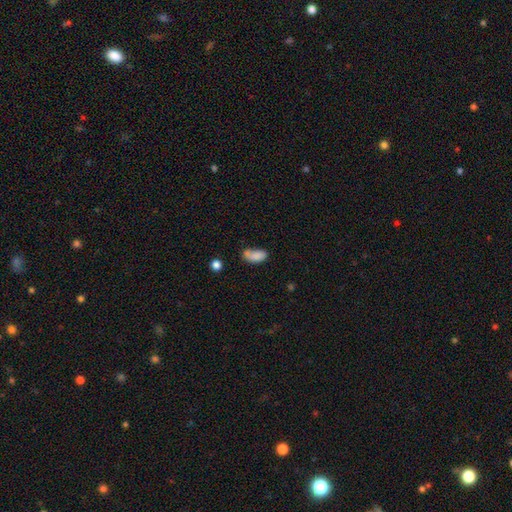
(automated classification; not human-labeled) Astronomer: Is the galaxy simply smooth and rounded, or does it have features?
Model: smooth — 80%.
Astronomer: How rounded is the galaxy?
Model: in between — 91%.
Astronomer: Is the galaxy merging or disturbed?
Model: none — 42% (runner-up: minor disturbance, 25%).